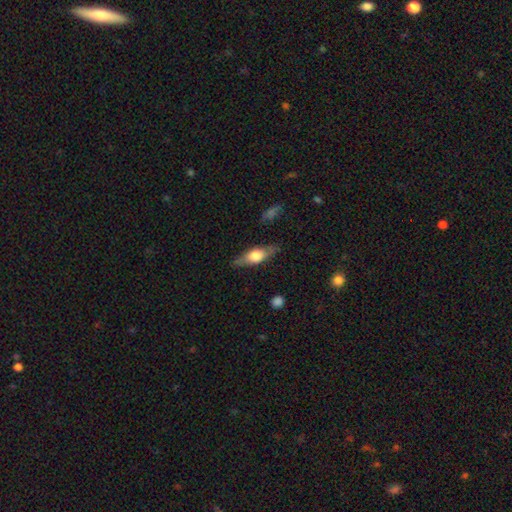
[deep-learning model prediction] Smooth or featured: featured or disk — 48% (smooth — 46%)
Merging: none — 83% (minor disturbance — 12%)